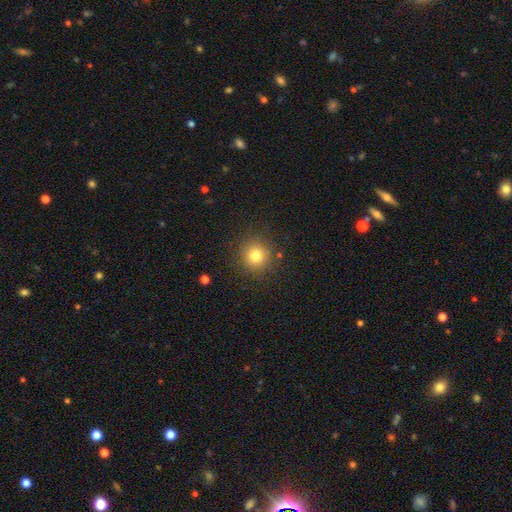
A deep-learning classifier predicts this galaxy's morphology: Q: Smooth or featured?
A: smooth (79%); runner-up: star or artifact (13%)
Q: How rounded?
A: round (93%); runner-up: in between (6%)
Q: Merging?
A: none (88%); runner-up: minor disturbance (8%)